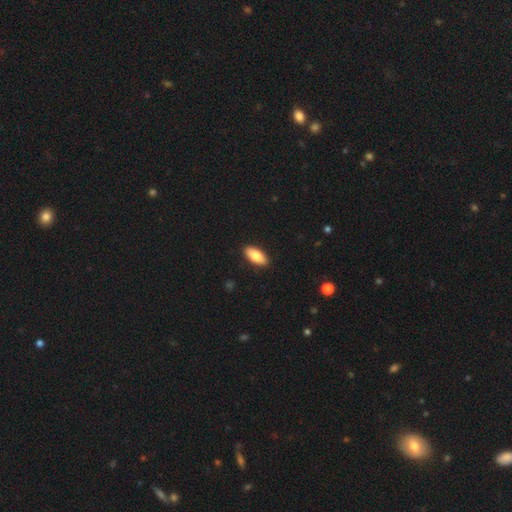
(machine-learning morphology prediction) Q: Smooth or featured?
A: smooth (85%); runner-up: featured or disk (9%)
Q: How rounded?
A: in between (89%); runner-up: cigar-shaped (9%)
Q: Merging?
A: none (91%); runner-up: minor disturbance (7%)